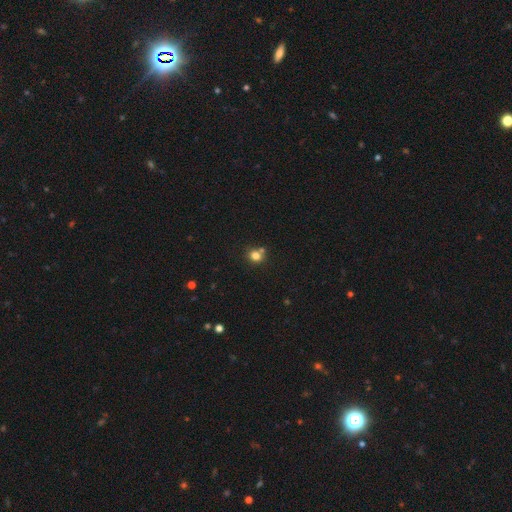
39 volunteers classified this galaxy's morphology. A smooth galaxy with no disk features (85%) that is round (85%). Merging: none (74%).